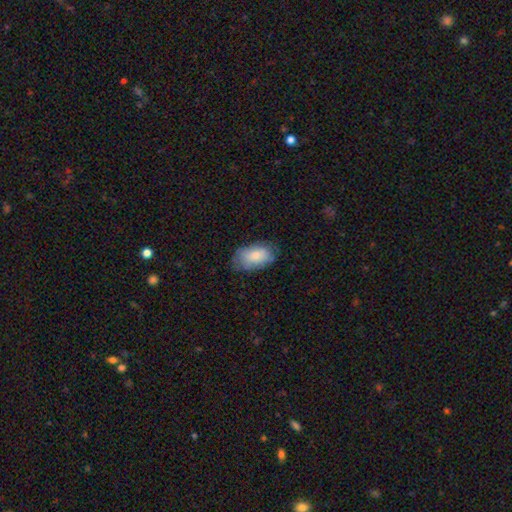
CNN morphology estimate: A smooth galaxy with no disk features (77%) that is in between round and cigar-shaped (93%). Merging: none (66%).